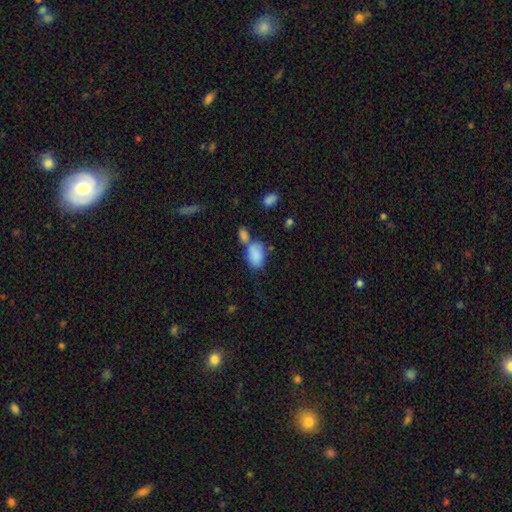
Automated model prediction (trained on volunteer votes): The model was most divided on "merging": merger: 43%, none: 36%, minor disturbance: 14%, major disturbance: 7%. More confident: how rounded — in between (90%); smooth or featured — smooth (85%).